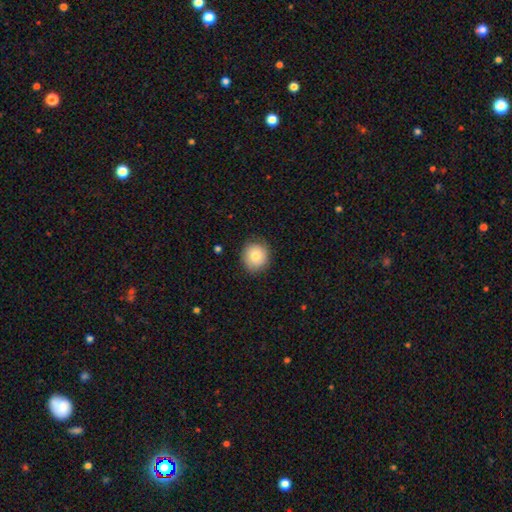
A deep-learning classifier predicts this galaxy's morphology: Smooth or featured? smooth (80%)
How rounded? round (86%)
Merging? none (85%)